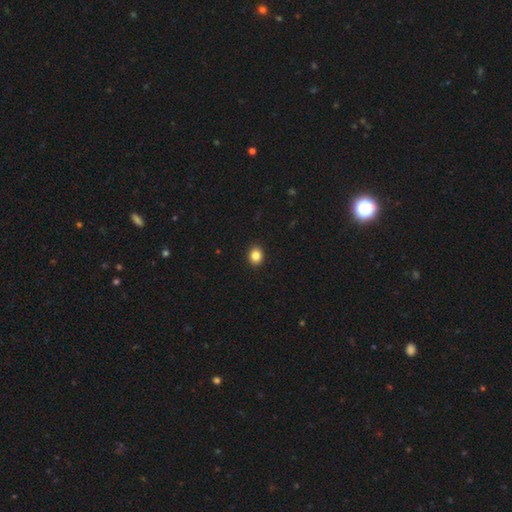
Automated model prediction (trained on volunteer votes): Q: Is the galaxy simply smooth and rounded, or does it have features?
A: smooth — 85%.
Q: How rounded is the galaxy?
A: round — 63%.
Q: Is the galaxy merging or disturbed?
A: none — 92%.